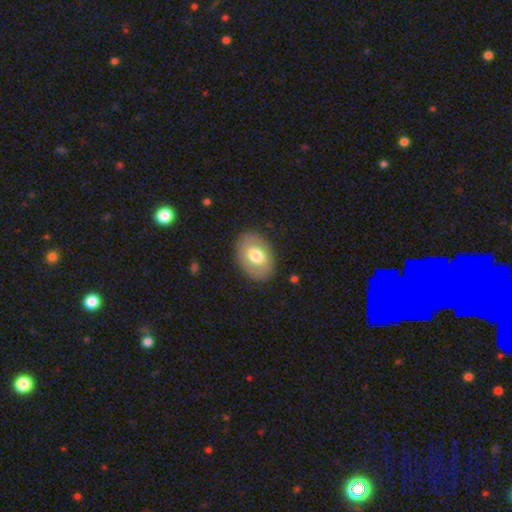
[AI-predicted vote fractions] Smooth or featured: smooth — 69% (featured or disk — 24%)
How rounded: in between — 78% (round — 22%)
Merging: none — 85% (minor disturbance — 10%)